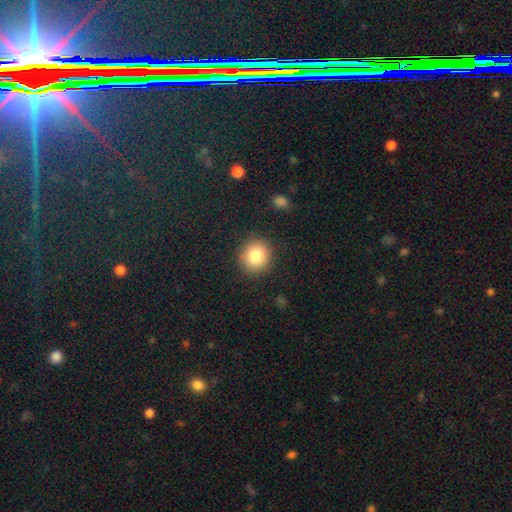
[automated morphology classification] smooth-or-featured: smooth: 82% | star or artifact: 10% | featured or disk: 8%
  how-rounded: round: 82% | in between: 17% | cigar-shaped: 1%
  merging: none: 89% | minor disturbance: 8% | major disturbance: 3% | merger: 1%